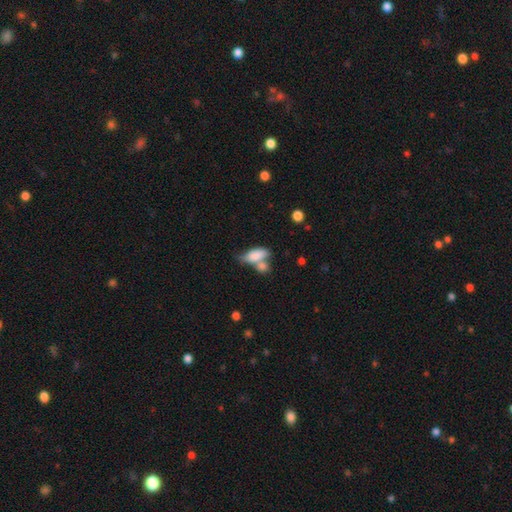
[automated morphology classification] Smooth or featured: smooth — 80% (featured or disk — 13%)
How rounded: in between — 83% (cigar-shaped — 12%)
Merging: merger — 48% (none — 28%)